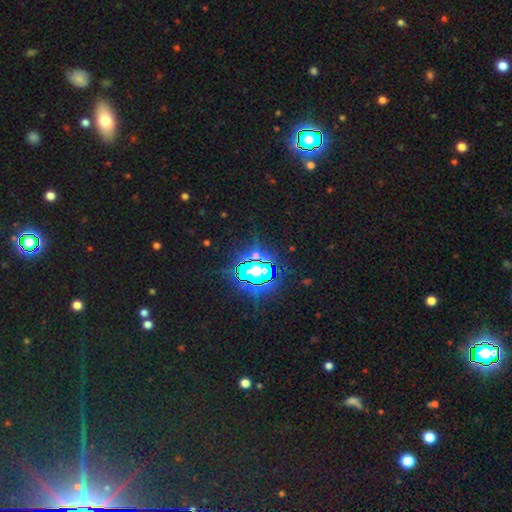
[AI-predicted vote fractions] A star or artifact, not a galaxy (82%).

Vote fractions:
- Smooth or featured? star or artifact: 82% / smooth: 11% / featured or disk: 7%